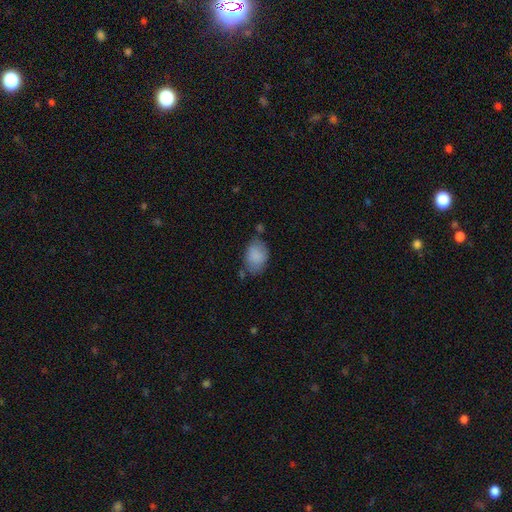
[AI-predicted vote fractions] Smooth or featured: smooth — 86% (star or artifact — 7%)
How rounded: in between — 82% (round — 17%)
Merging: none — 60% (minor disturbance — 26%)